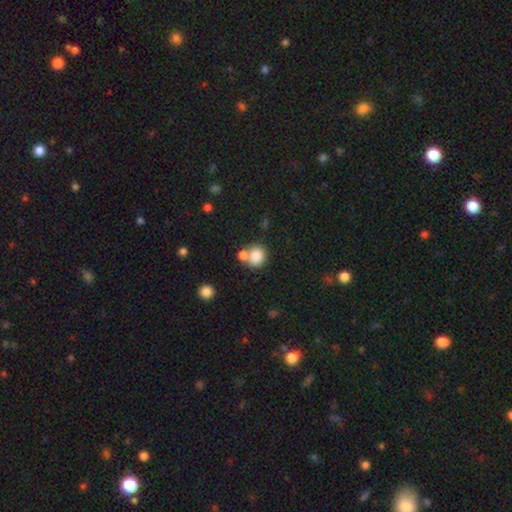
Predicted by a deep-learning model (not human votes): Overall: smooth (83%). How rounded: round (82%). Merging: none (50%; merger 37%).